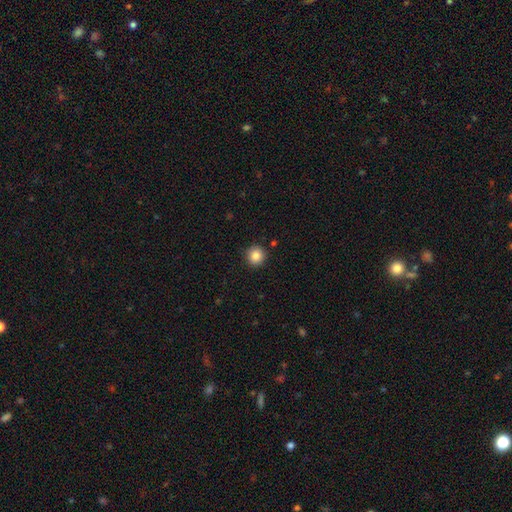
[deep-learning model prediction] Q: Smooth or featured?
A: smooth (86%); runner-up: star or artifact (10%)
Q: How rounded?
A: round (94%); runner-up: in between (5%)
Q: Merging?
A: none (89%); runner-up: minor disturbance (7%)